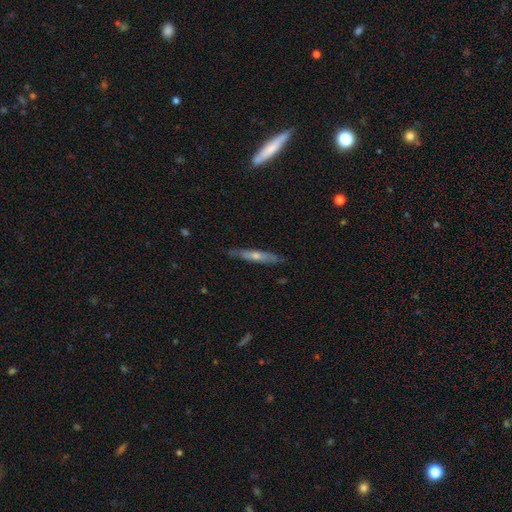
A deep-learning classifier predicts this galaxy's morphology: Smooth or featured? Predicted: featured or disk (p=0.56). Edge-on disk? Predicted: yes (p=0.88). Merging? Predicted: none (p=0.85).